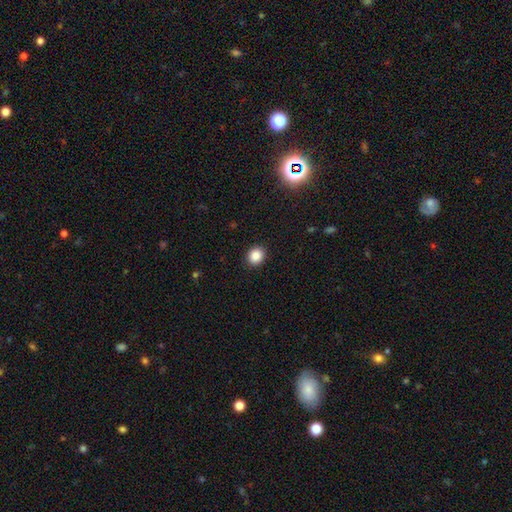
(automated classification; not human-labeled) This appears to be a smooth galaxy with no disk features (87%) that is round (76%). Merging: none (91%).